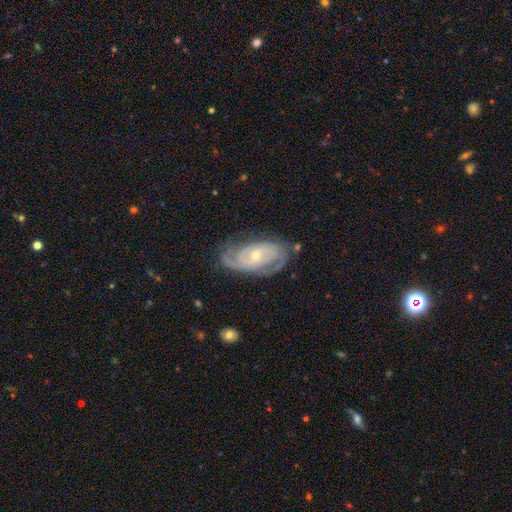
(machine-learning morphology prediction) The model was most divided on "spiral winding": tight: 60%, medium: 32%, loose: 8%. More confident: spiral arms — yes (95%); edge-on disk — no (95%); smooth or featured — featured or disk (85%); merging — none (71%); bulge size — small (64%); bar — no (62%); spiral arm count — 2 (51%).